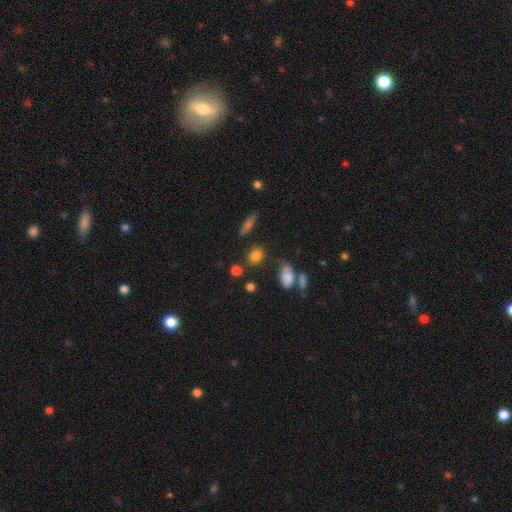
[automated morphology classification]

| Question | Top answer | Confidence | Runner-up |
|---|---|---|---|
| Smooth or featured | smooth | 81% | star or artifact (12%) |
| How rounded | in between | 57% | round (40%) |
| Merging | none | 73% | minor disturbance (15%) |